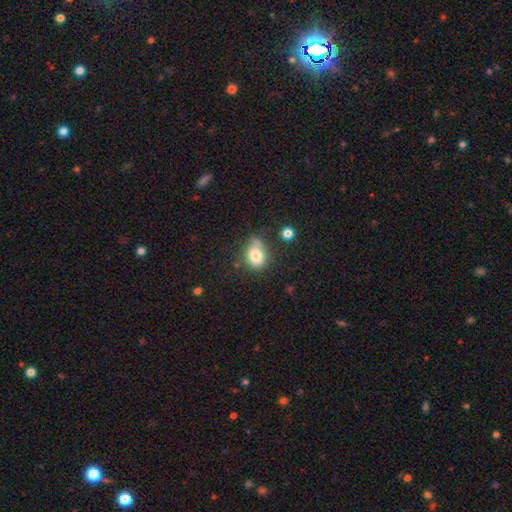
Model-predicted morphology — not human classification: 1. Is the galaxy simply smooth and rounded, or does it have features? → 78% smooth, 11% featured or disk, 10% star or artifact.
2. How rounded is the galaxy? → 52% round, 47% in between, 1% cigar-shaped.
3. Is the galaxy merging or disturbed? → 57% none, 24% minor disturbance, 11% merger, 8% major disturbance.